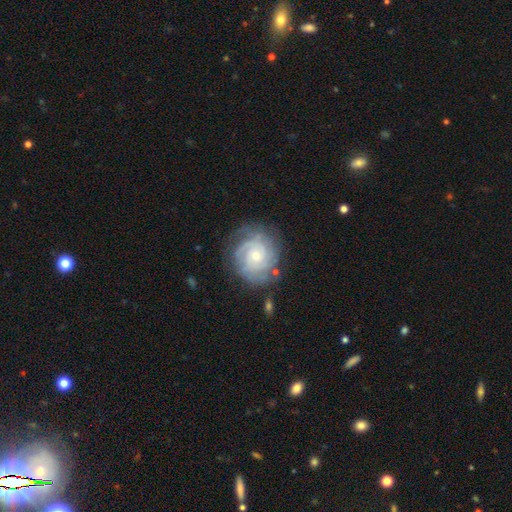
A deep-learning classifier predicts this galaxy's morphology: Q: Smooth or featured?
A: featured or disk (80%); runner-up: smooth (14%)
Q: Edge-on disk?
A: no (98%); runner-up: yes (2%)
Q: Bar?
A: no (77%); runner-up: weak (20%)
Q: Spiral arms?
A: yes (94%); runner-up: no (6%)
Q: Spiral winding?
A: tight (74%); runner-up: medium (21%)
Q: Spiral arm count?
A: can't tell (36%); runner-up: 3 (21%)
Q: Bulge size?
A: small (64%); runner-up: moderate (32%)
Q: Merging?
A: none (74%); runner-up: minor disturbance (17%)